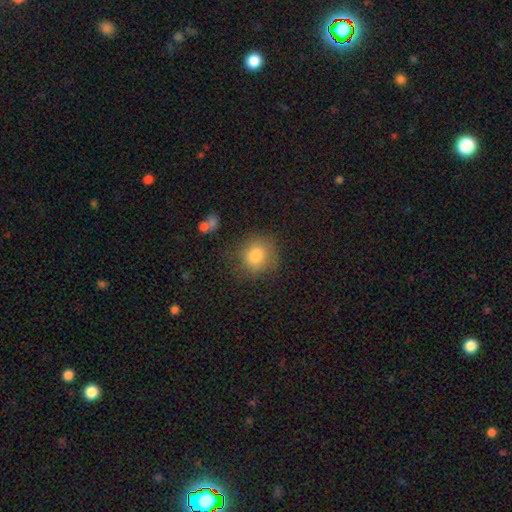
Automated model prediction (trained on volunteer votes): smooth-or-featured: smooth: 81% | star or artifact: 10% | featured or disk: 9%
  how-rounded: round: 77% | in between: 22% | cigar-shaped: 1%
  merging: none: 72% | minor disturbance: 18% | major disturbance: 7% | merger: 3%